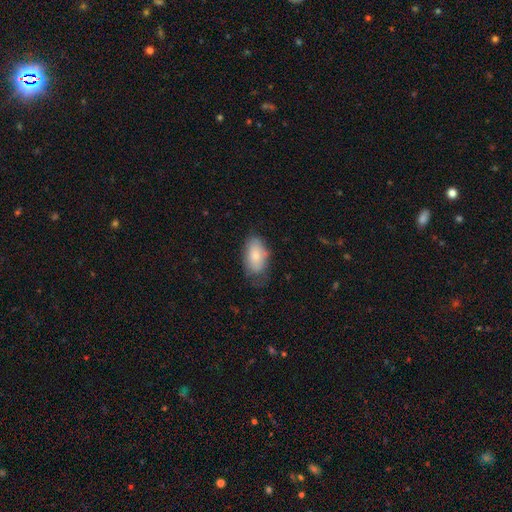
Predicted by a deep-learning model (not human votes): A smooth galaxy with no disk features (77%) that is in between round and cigar-shaped (93%). Merging: none (57%).